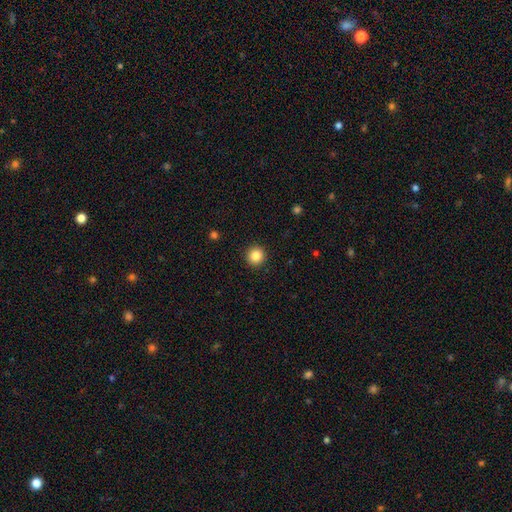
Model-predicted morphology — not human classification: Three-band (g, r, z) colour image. It shows a smooth galaxy with no disk features (85%) that is round (95%). Merging: none (93%).